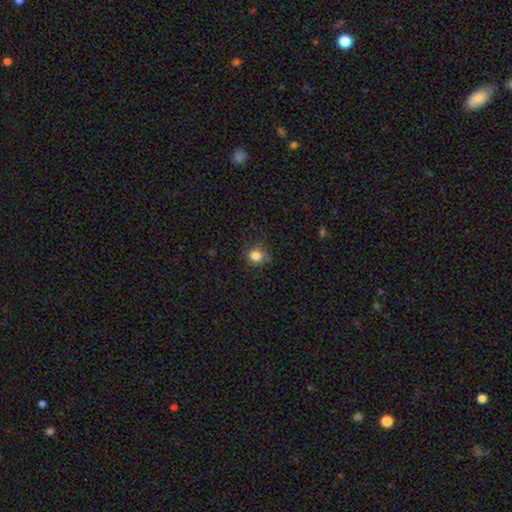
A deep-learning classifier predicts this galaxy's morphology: smooth-or-featured: smooth: 82% | star or artifact: 13% | featured or disk: 5%
  how-rounded: round: 84% | in between: 15% | cigar-shaped: 1%
  merging: none: 76% | minor disturbance: 18% | major disturbance: 5% | merger: 2%